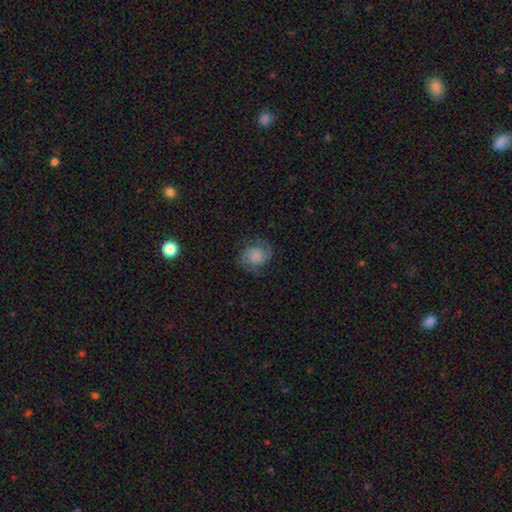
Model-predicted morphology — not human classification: The model was most divided on "spiral winding": medium: 48%, tight: 32%, loose: 20%. Remaining: edge-on disk — no (98%); spiral arms — yes (93%); spiral arm count — 2 (88%); merging — none (73%); bar — no (72%); smooth or featured — featured or disk (66%); bulge size — none (48%).